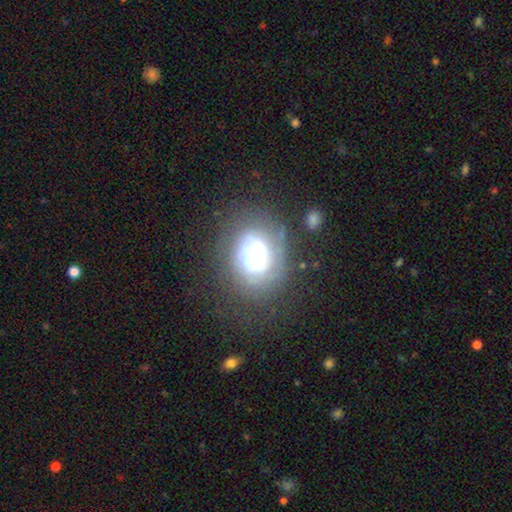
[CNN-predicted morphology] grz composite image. It shows a featured or disk galaxy (55%) with no bar (76%), spiral arms (66%) and a large central bulge (42%). Merging: none (52%).